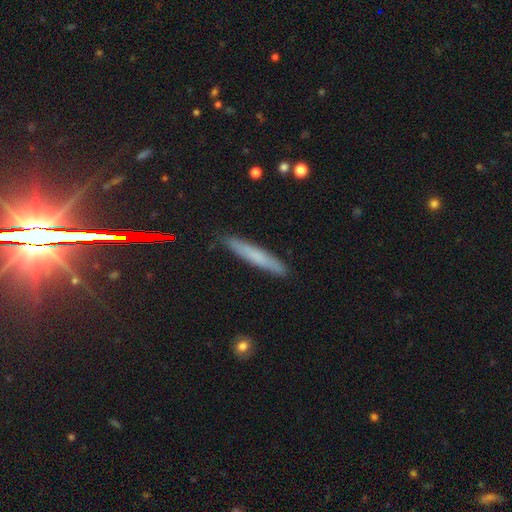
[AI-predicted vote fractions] This is likely a smooth galaxy (66%). How rounded: clearly cigar-shaped (94%). Merging: clearly none (90%).